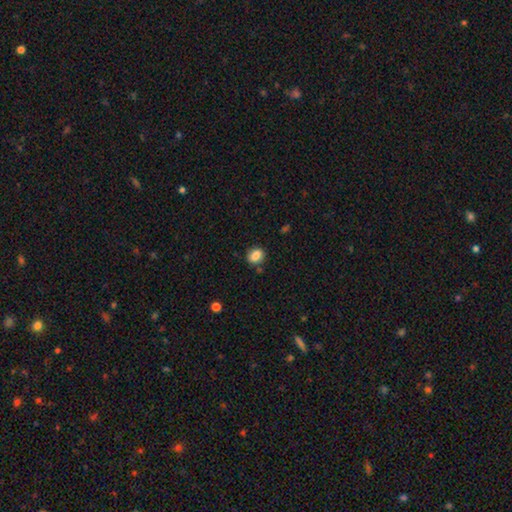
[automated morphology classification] Q: Smooth or featured?
A: smooth (84%); runner-up: star or artifact (9%)
Q: How rounded?
A: round (53%); runner-up: in between (46%)
Q: Merging?
A: none (81%); runner-up: minor disturbance (12%)